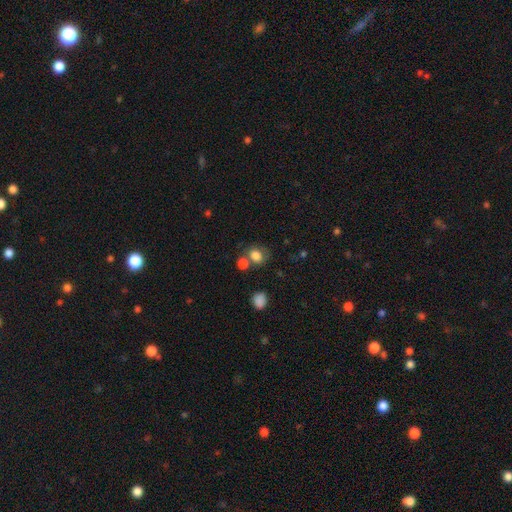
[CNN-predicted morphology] A smooth galaxy with no disk features (80%) that is round (60%).

Vote fractions:
- Smooth or featured? smooth: 80% / star or artifact: 11% / featured or disk: 9%
- How rounded? round: 60% / in between: 39% / cigar-shaped: 1%
- Merging? none: 51% / merger: 27% / minor disturbance: 15% / major disturbance: 7%